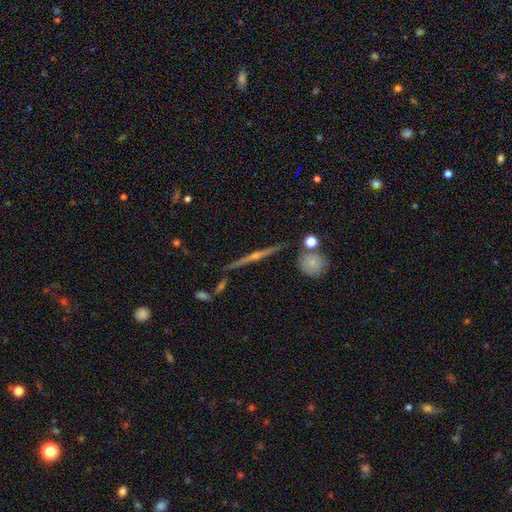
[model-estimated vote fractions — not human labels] Q: Smooth or featured?
A: featured or disk (78%); runner-up: smooth (14%)
Q: Edge-on disk?
A: yes (97%); runner-up: no (3%)
Q: Edge-on bulge?
A: rounded (81%); runner-up: none (13%)
Q: Merging?
A: none (86%); runner-up: minor disturbance (8%)